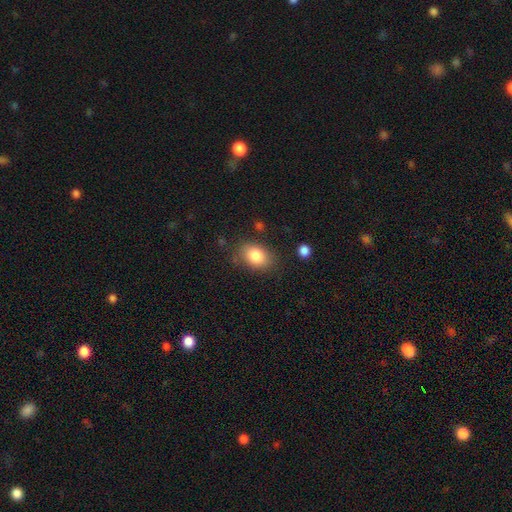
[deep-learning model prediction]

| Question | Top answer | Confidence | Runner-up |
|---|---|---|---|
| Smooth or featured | smooth | 83% | featured or disk (9%) |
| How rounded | in between | 76% | round (22%) |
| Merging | none | 77% | minor disturbance (15%) |